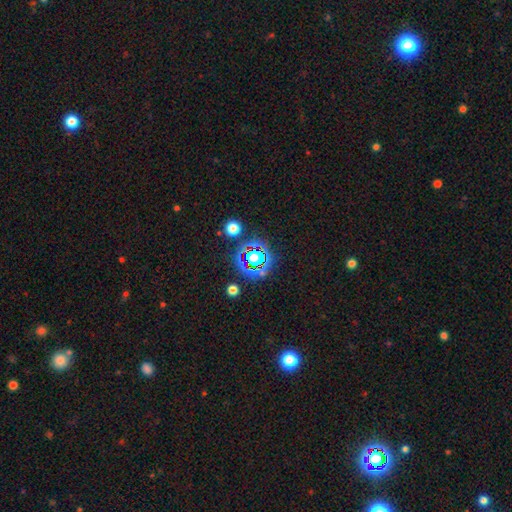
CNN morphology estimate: The model was most divided on "smooth or featured": star or artifact: 66%, smooth: 23%, featured or disk: 11%.